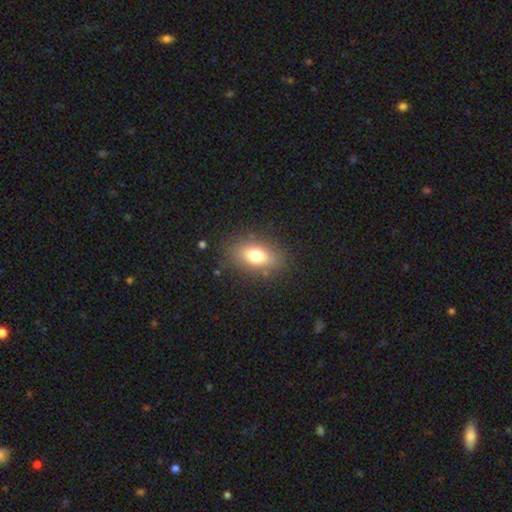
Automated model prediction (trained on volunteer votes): Smooth or featured? Predicted: smooth (p=0.76). How rounded? Predicted: in between (p=0.85). Merging? Predicted: none (p=0.83).